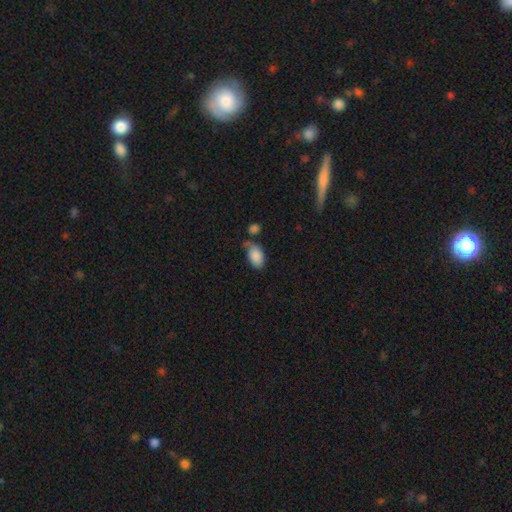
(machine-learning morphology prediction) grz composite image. It shows a smooth galaxy with no disk features (87%) that is in between round and cigar-shaped (91%). Merging: none (52%).